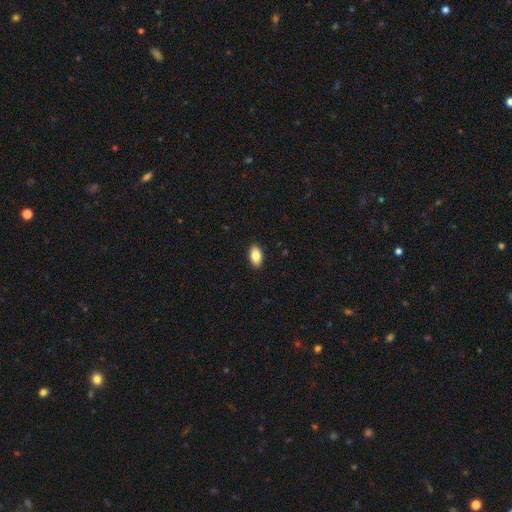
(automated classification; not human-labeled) This is clearly a smooth galaxy (85%). How rounded: clearly in between (93%). Merging: clearly none (91%).